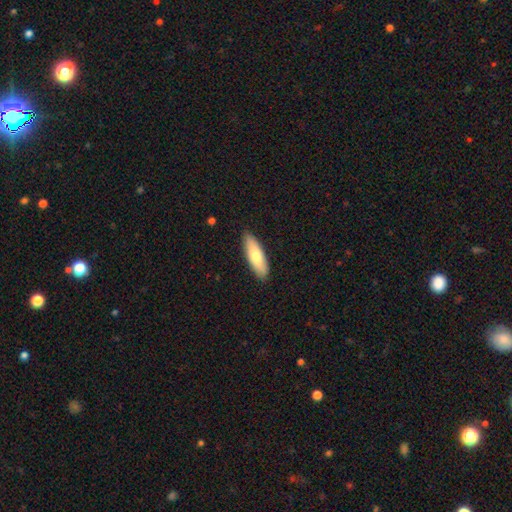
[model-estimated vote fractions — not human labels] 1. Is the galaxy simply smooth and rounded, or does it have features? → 73% smooth, 22% featured or disk, 5% star or artifact.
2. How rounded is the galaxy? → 51% in between, 47% cigar-shaped, 2% round.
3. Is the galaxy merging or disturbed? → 88% none, 9% minor disturbance, 2% major disturbance, 1% merger.